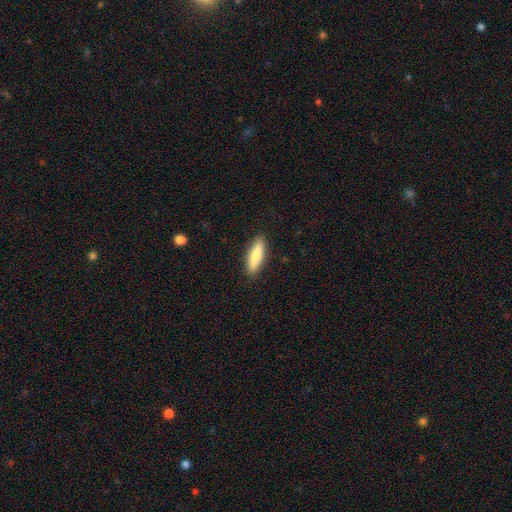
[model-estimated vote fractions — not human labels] Overall: smooth (79%). How rounded: cigar-shaped (68%; in between 30%). Merging: none (90%).